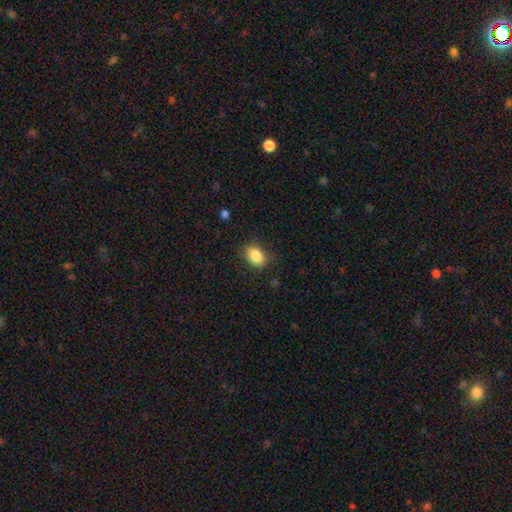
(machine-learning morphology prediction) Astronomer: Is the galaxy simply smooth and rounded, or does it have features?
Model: smooth — 86%.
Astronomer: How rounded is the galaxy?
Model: in between — 71%.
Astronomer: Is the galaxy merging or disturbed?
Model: none — 79%.